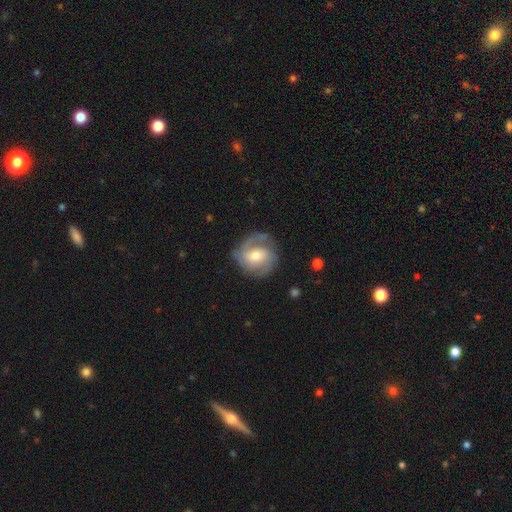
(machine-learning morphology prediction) Smooth or featured?
  - featured or disk: 80% *
  - smooth: 15%
  - star or artifact: 6%
Edge-on disk?
  - no: 98% *
  - yes: 2%
Bar?
  - no: 50% *
  - weak: 39%
  - strong: 11%
Spiral arms?
  - yes: 95% *
  - no: 5%
Spiral winding?
  - medium: 45% *
  - tight: 40%
  - loose: 15%
Spiral arm count?
  - 2: 54% *
  - 3: 22%
  - can't tell: 12%
  - 1: 5%
  - 4: 4%
  - more than 4: 3%
Bulge size?
  - moderate: 61% *
  - small: 31%
  - large: 6%
  - none: 1%
  - dominant: 1%
Merging?
  - none: 76% *
  - minor disturbance: 16%
  - major disturbance: 7%
  - merger: 1%